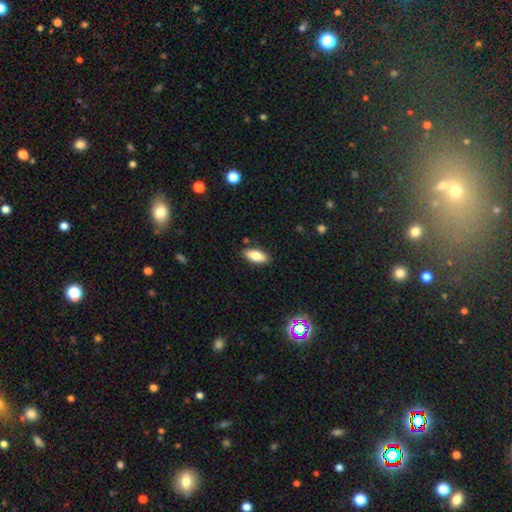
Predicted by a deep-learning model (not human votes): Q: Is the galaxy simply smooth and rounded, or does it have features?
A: smooth — 79%.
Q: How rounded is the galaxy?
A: in between — 82%.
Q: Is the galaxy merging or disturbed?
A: none — 87%.